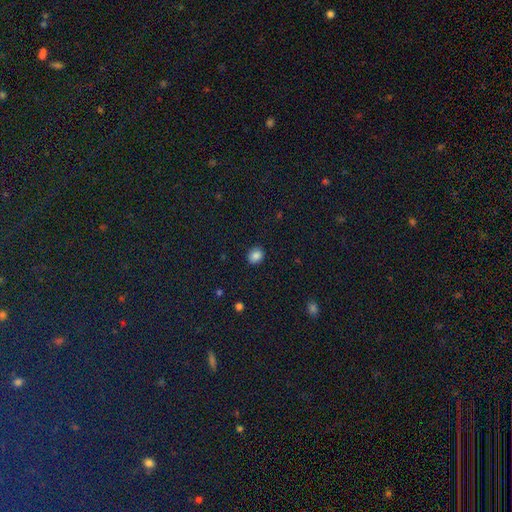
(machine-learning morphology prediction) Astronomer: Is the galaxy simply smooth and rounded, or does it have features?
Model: smooth — 86%.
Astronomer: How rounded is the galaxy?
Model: round — 71%.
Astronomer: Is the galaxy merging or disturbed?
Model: none — 90%.